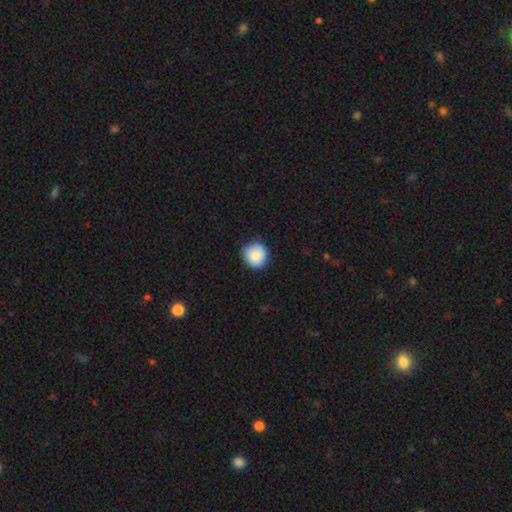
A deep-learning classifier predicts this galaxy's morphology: A smooth galaxy with no disk features (87%) that is round (91%). Merging: none (81%).